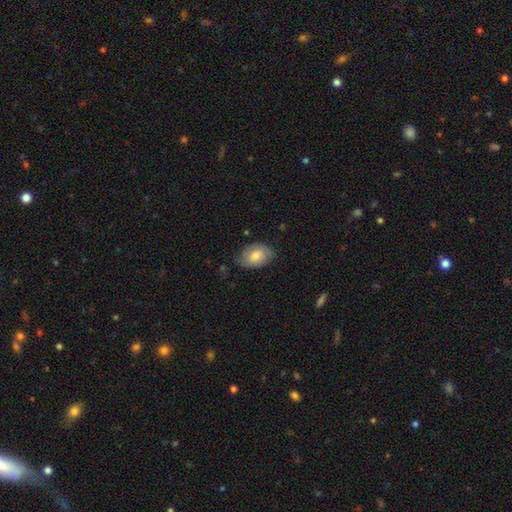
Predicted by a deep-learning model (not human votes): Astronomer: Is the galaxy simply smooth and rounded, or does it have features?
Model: smooth — 62%.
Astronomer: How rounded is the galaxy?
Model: in between — 86%.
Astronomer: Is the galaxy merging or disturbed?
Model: none — 65%.